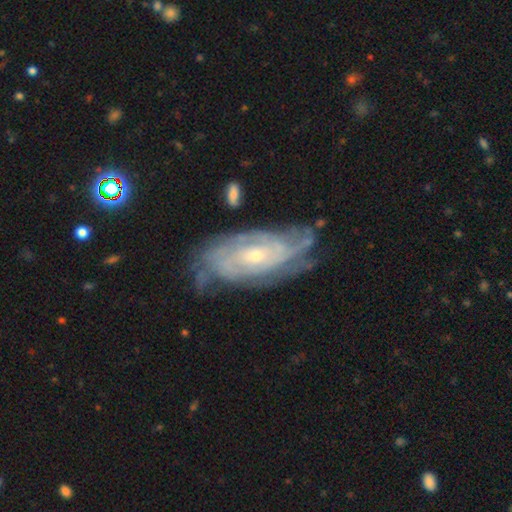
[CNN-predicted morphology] Overall: featured or disk (86%). Edge-on disk: no (93%). Bar: no (63%; weak 29%). Spiral arms: yes (95%). Spiral arm count: can't tell (41%; 4 17%). Spiral winding: tight (71%). Bulge size: small (64%; moderate 32%). Merging: none (67%).